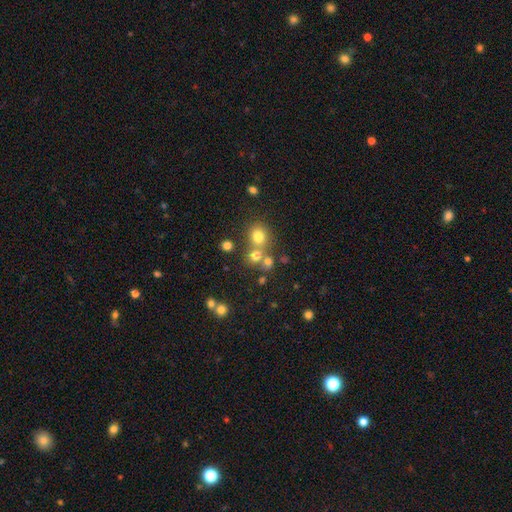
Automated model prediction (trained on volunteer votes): Smooth or featured?
  - smooth: 72% *
  - star or artifact: 18%
  - featured or disk: 10%
How rounded?
  - round: 85% *
  - in between: 14%
  - cigar-shaped: 1%
Merging?
  - none: 55% *
  - merger: 34%
  - minor disturbance: 7%
  - major disturbance: 3%